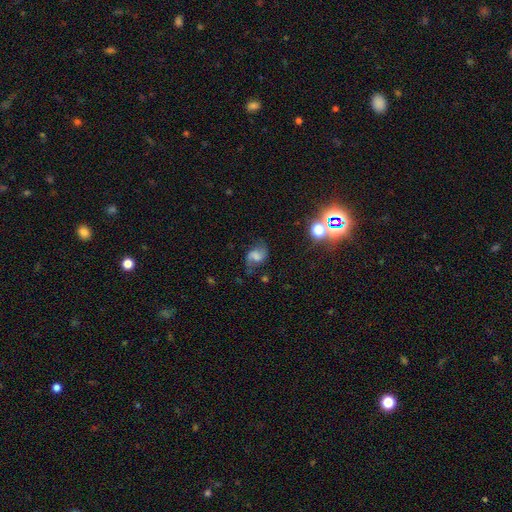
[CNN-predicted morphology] Q: Smooth or featured?
A: featured or disk (60%); runner-up: smooth (26%)
Q: Edge-on disk?
A: no (97%); runner-up: yes (3%)
Q: Bar?
A: weak (45%); runner-up: no (38%)
Q: Spiral arms?
A: yes (90%); runner-up: no (10%)
Q: Spiral winding?
A: loose (61%); runner-up: medium (32%)
Q: Spiral arm count?
A: 2 (87%); runner-up: 1 (5%)
Q: Bulge size?
A: none (33%); runner-up: moderate (26%)
Q: Merging?
A: none (63%); runner-up: minor disturbance (21%)